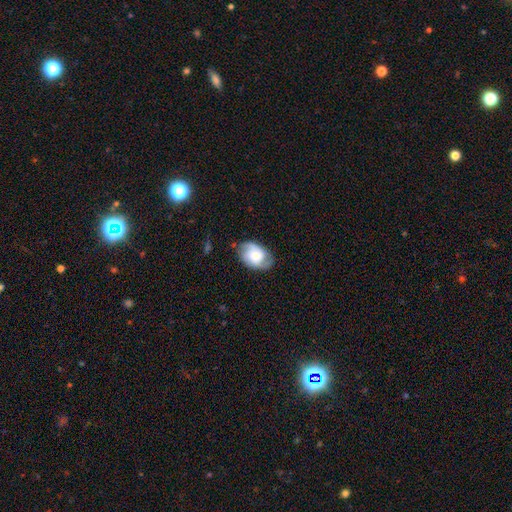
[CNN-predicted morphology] smooth_or_featured: featured or disk (p=0.57) [alt: smooth p=0.36]
disk_edge_on: no (p=0.96) [alt: yes p=0.04]
bar: no (p=0.69) [alt: weak p=0.26]
has_spiral_arms: yes (p=0.87) [alt: no p=0.13]
bulge_size: moderate (p=0.48) [alt: small p=0.27]
merging: none (p=0.73) [alt: minor disturbance p=0.19]